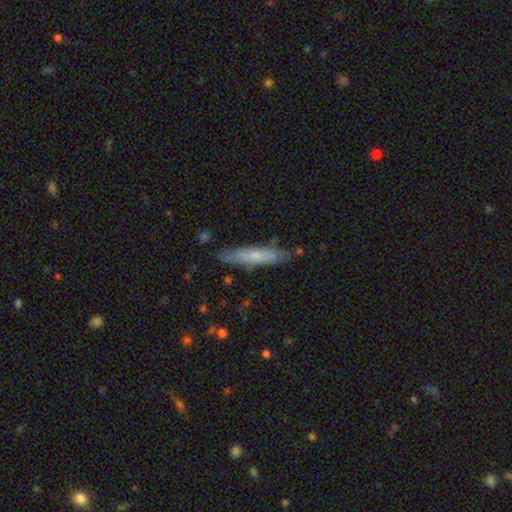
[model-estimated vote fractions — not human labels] smooth-or-featured: smooth: 61% | featured or disk: 33% | star or artifact: 6%
  how-rounded: cigar-shaped: 86% | in between: 13% | round: 1%
  merging: none: 79% | minor disturbance: 16% | major disturbance: 3% | merger: 2%